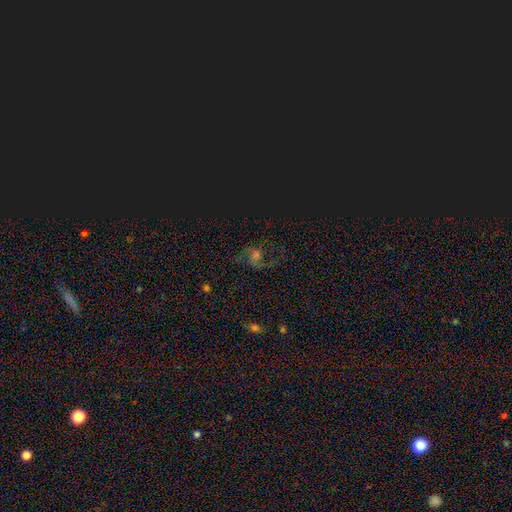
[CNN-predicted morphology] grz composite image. It shows a featured or disk galaxy (53%) with no bar (55%), spiral arms (91%) and a moderate central bulge (46%). Merging: none (69%).